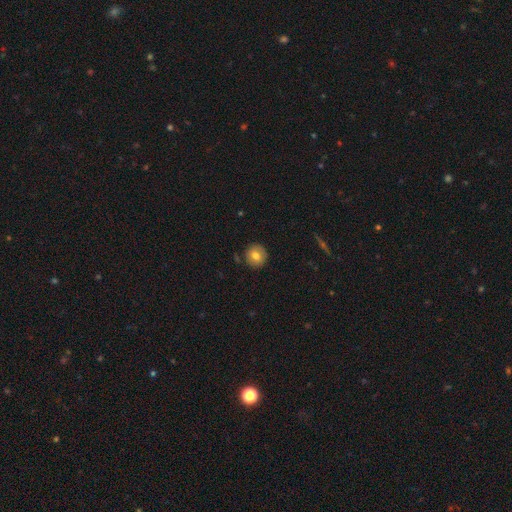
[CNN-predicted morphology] Smooth or featured? Predicted: smooth (p=0.75). How rounded? Predicted: round (p=0.91). Merging? Predicted: none (p=0.88).